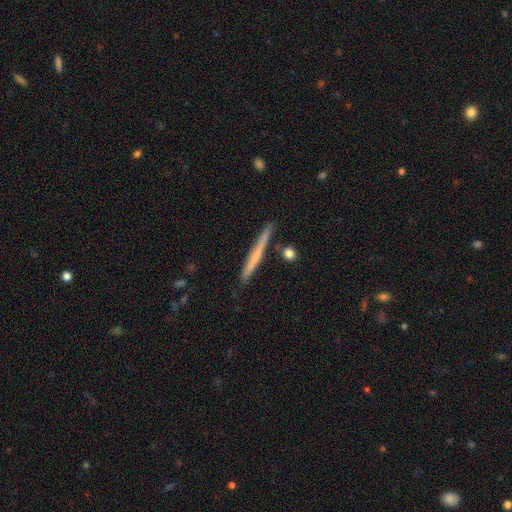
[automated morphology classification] Smooth or featured: smooth — 48% (featured or disk — 46%)
Merging: none — 87% (minor disturbance — 9%)